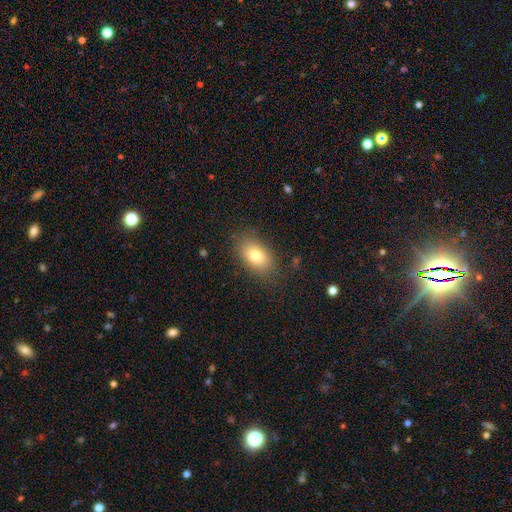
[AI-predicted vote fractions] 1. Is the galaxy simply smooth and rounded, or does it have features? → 79% smooth, 12% featured or disk, 9% star or artifact.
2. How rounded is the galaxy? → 87% in between, 12% round, 2% cigar-shaped.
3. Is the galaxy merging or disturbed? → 82% none, 12% minor disturbance, 4% major disturbance, 1% merger.